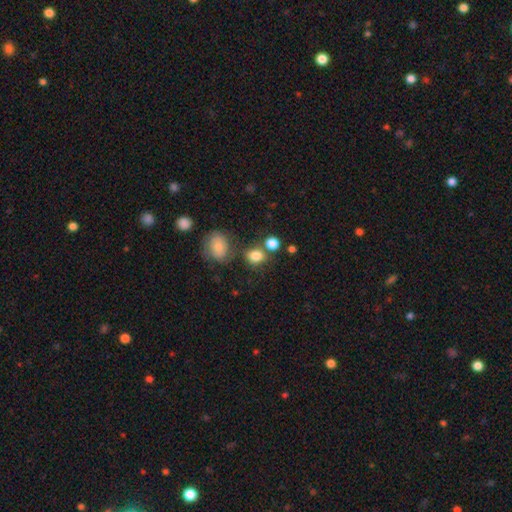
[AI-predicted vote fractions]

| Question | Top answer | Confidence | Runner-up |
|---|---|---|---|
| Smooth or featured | smooth | 82% | star or artifact (12%) |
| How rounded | round | 54% | in between (45%) |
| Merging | none | 63% | merger (17%) |